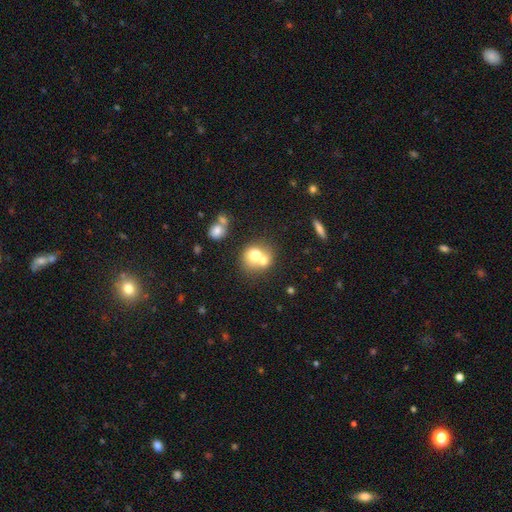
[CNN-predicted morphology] Q: Smooth or featured?
A: smooth (68%); runner-up: featured or disk (21%)
Q: How rounded?
A: round (74%); runner-up: in between (25%)
Q: Merging?
A: merger (58%); runner-up: none (31%)